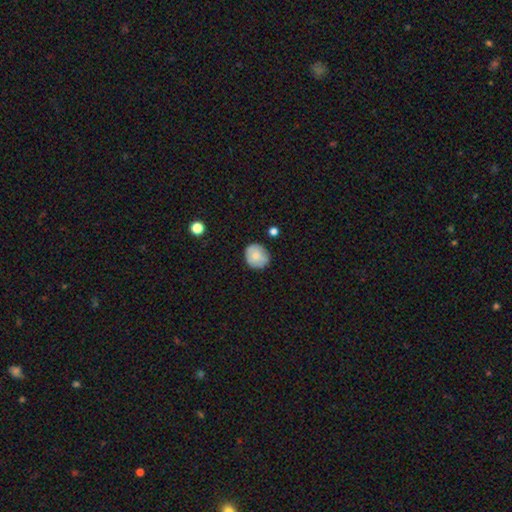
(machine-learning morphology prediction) A smooth galaxy with no disk features (75%) that is round (80%).

Vote fractions:
- Smooth or featured? smooth: 75% / featured or disk: 17% / star or artifact: 8%
- How rounded? round: 80% / in between: 19% / cigar-shaped: 1%
- Merging? none: 78% / minor disturbance: 17% / major disturbance: 3% / merger: 2%